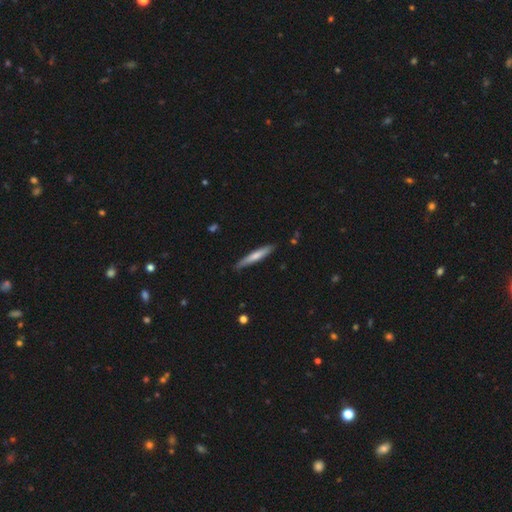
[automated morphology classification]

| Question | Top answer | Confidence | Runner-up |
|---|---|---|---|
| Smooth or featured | smooth | 64% | featured or disk (31%) |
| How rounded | cigar-shaped | 93% | in between (5%) |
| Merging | none | 86% | minor disturbance (11%) |